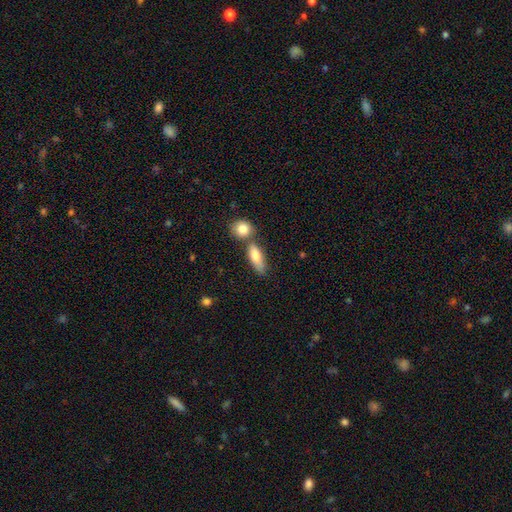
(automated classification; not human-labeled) A smooth galaxy with no disk features (79%) that is in between round and cigar-shaped (69%).

Vote fractions:
- Smooth or featured? smooth: 79% / featured or disk: 15% / star or artifact: 7%
- How rounded? in between: 69% / cigar-shaped: 26% / round: 5%
- Merging? none: 48% / merger: 34% / minor disturbance: 14% / major disturbance: 4%